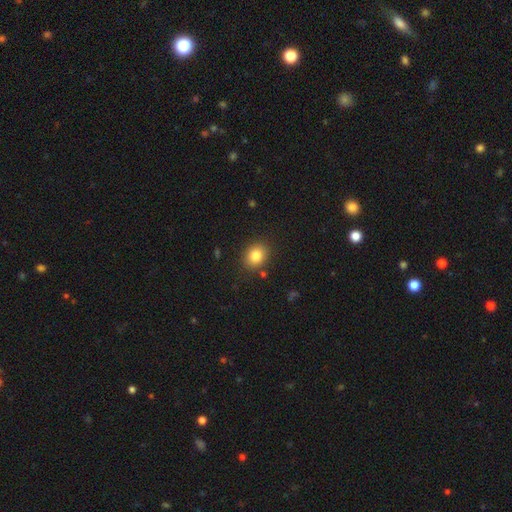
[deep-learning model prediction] This is clearly a smooth galaxy (83%). How rounded: possibly round (57%). Merging: clearly none (85%).